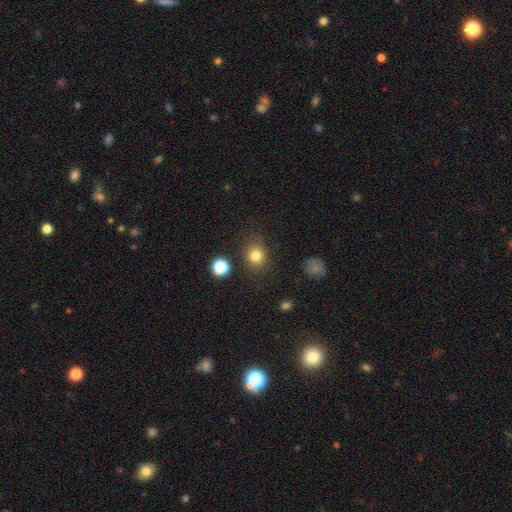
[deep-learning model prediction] Overall: smooth (80%). How rounded: round (70%). Merging: none (80%).